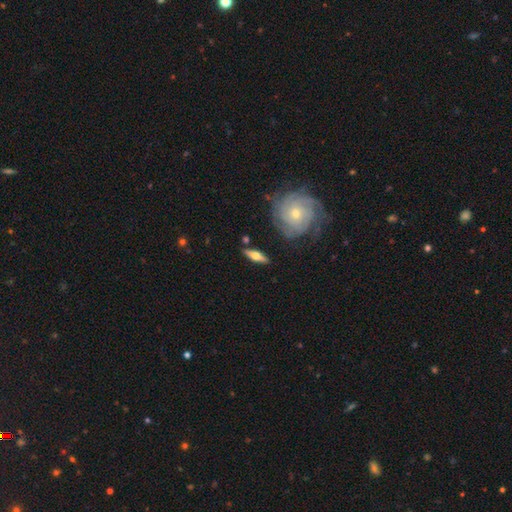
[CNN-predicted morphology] This is possibly a featured or disk galaxy (58%). It is clearly viewed edge-on (82%). Merging: clearly none (84%).